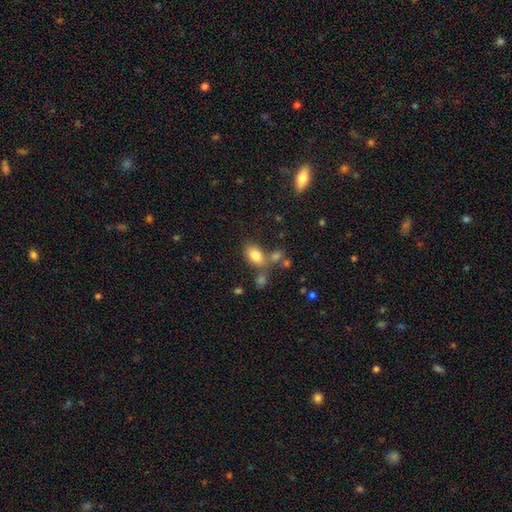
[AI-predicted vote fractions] A smooth galaxy with no disk features (81%) that is in between round and cigar-shaped (84%). Merging: none (57%).